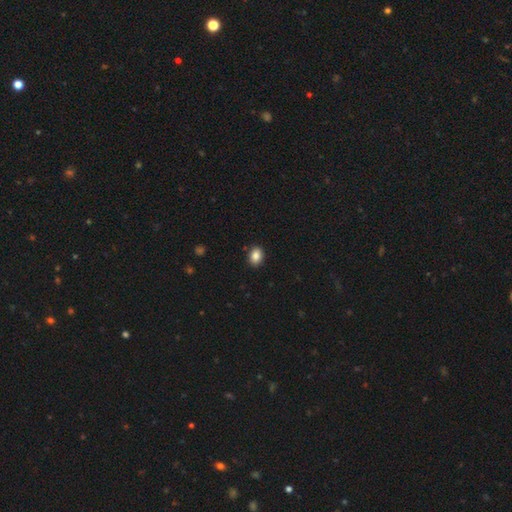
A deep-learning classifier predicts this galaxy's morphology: This appears to be a smooth galaxy with no disk features (86%) that is in between round and cigar-shaped (66%). Merging: none (89%).